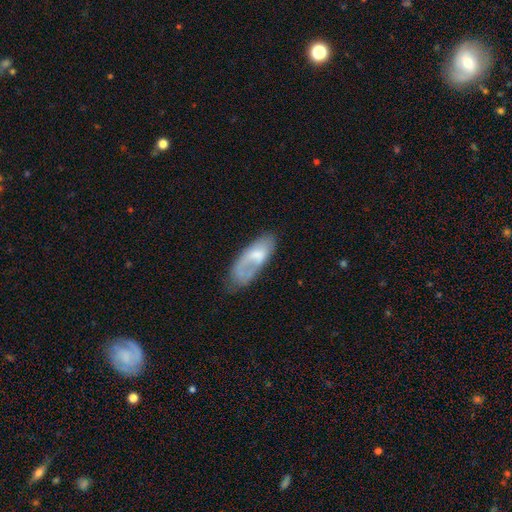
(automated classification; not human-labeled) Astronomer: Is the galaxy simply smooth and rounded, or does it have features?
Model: smooth — 54% (runner-up: featured or disk, 39%).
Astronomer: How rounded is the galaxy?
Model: in between — 80%.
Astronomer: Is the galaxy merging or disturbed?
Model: none — 41% (runner-up: minor disturbance, 31%).